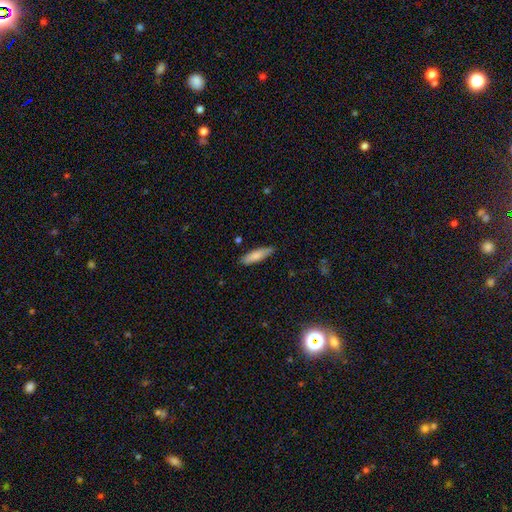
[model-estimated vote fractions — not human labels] Overall: smooth (80%). How rounded: cigar-shaped (63%; in between 35%). Merging: none (85%).